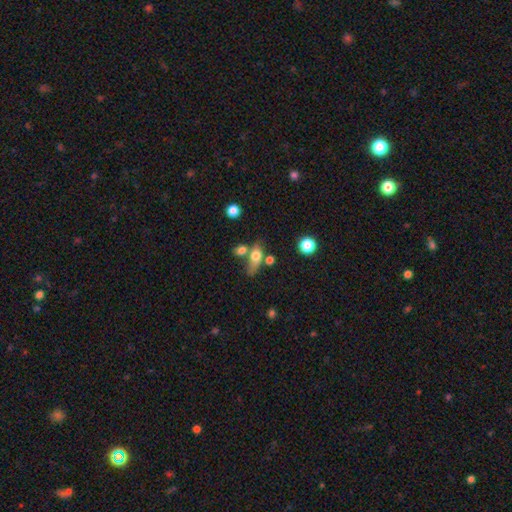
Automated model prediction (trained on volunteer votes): smooth_or_featured: smooth (p=0.68) [alt: featured or disk p=0.21]
how_rounded: in between (p=0.68) [alt: cigar-shaped p=0.16]
merging: none (p=0.36) [alt: merger p=0.32]